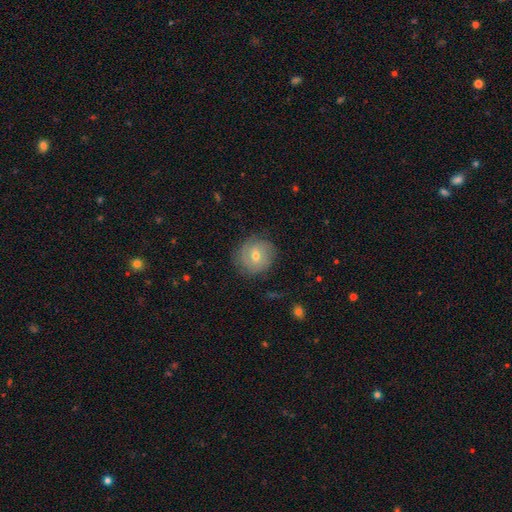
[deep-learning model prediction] featured or disk 46%, smooth 45%, star or artifact 9%. Down the decision tree: merging — none (79%).